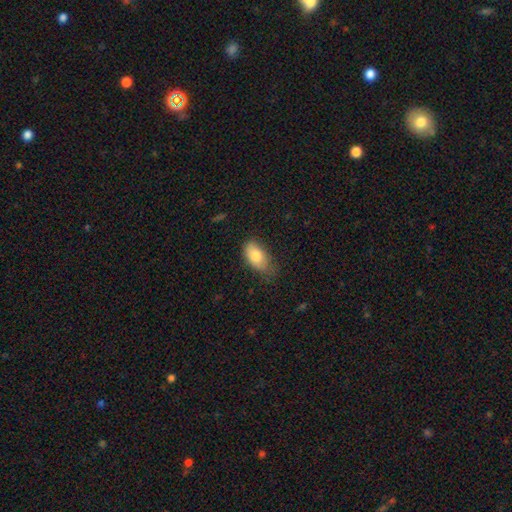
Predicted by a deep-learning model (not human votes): A smooth galaxy with no disk features (81%) that is in between round and cigar-shaped (91%).

Vote fractions:
- Smooth or featured? smooth: 81% / featured or disk: 12% / star or artifact: 7%
- How rounded? in between: 91% / round: 6% / cigar-shaped: 3%
- Merging? none: 56% / minor disturbance: 34% / major disturbance: 8% / merger: 2%